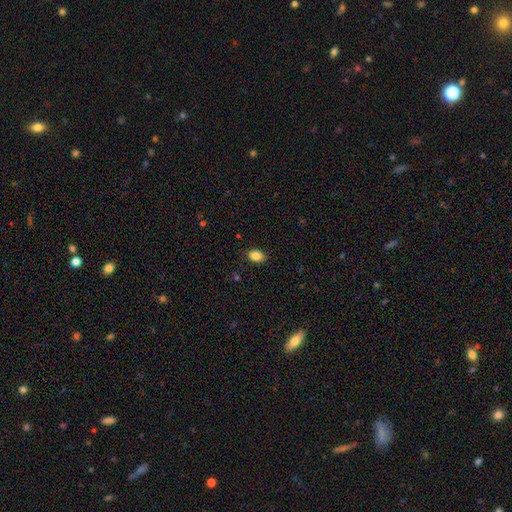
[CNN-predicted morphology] Smooth or featured? Predicted: smooth (p=0.86). How rounded? Predicted: in between (p=0.82). Merging? Predicted: none (p=0.85).